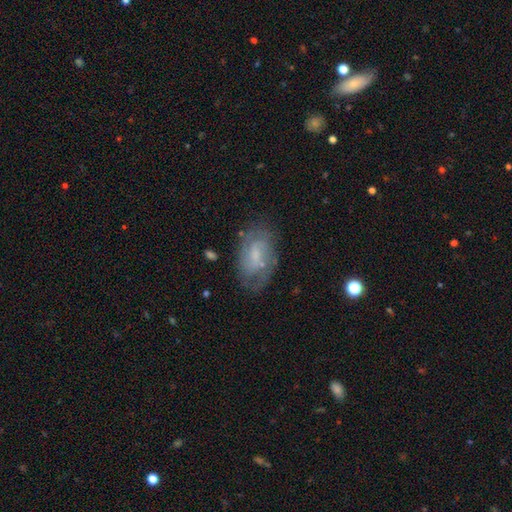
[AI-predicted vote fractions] This appears to be a featured or disk galaxy (57%) with a weak bar (49%), spiral arms (75%) and a small central bulge (46%). Merging: none (67%).